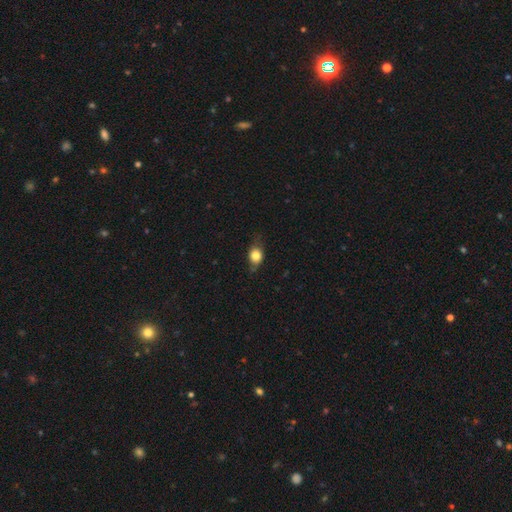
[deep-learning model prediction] Smooth or featured? Predicted: smooth (p=0.76). How rounded? Predicted: in between (p=0.50). Merging? Predicted: none (p=0.62).